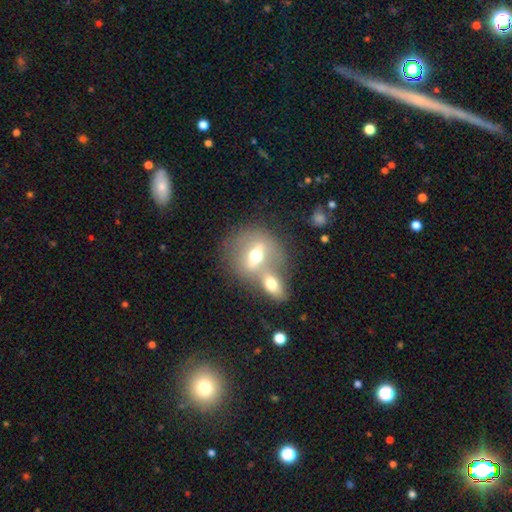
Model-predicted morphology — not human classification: The model was most divided on "smooth or featured": featured or disk: 46%, smooth: 45%, star or artifact: 9%. More confident: merging — merger (53%).